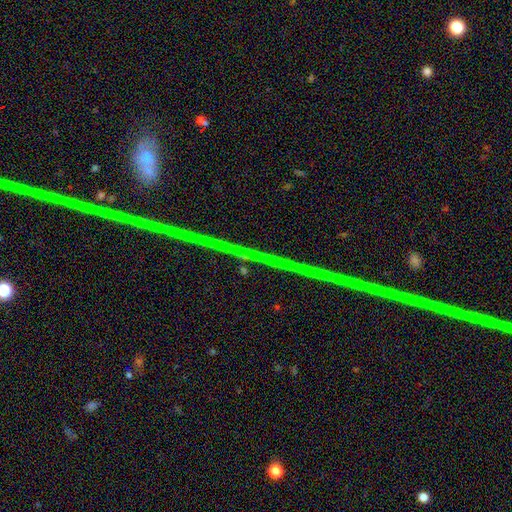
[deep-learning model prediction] Q: Smooth or featured?
A: star or artifact (78%); runner-up: featured or disk (14%)